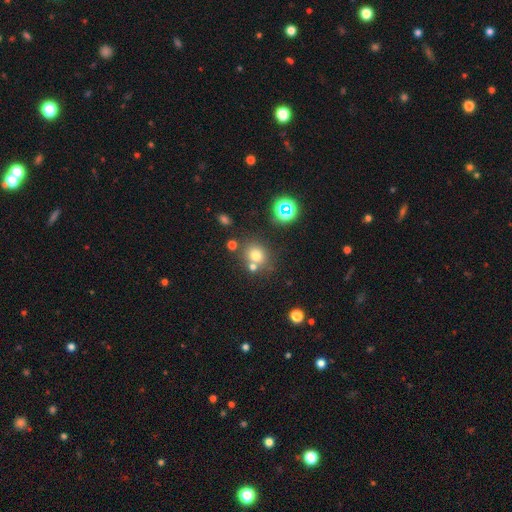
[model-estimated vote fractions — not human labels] A smooth galaxy with no disk features (70%) that is round (80%).

Vote fractions:
- Smooth or featured? smooth: 70% / star or artifact: 20% / featured or disk: 11%
- How rounded? round: 80% / in between: 19% / cigar-shaped: 1%
- Merging? none: 67% / merger: 19% / minor disturbance: 10% / major disturbance: 4%